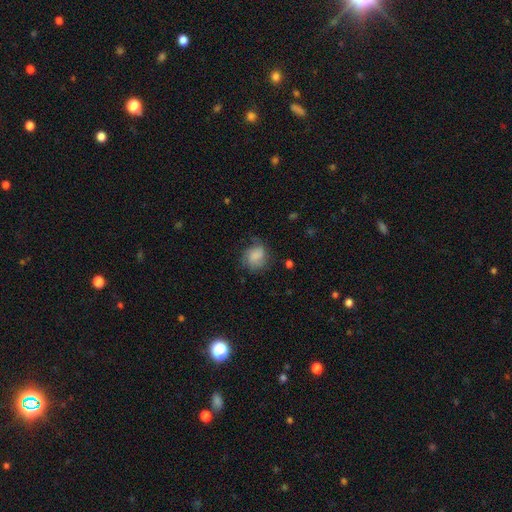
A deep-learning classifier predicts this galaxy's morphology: This appears to be a smooth galaxy with no disk features (66%) that is round (66%). Merging: none (58%).